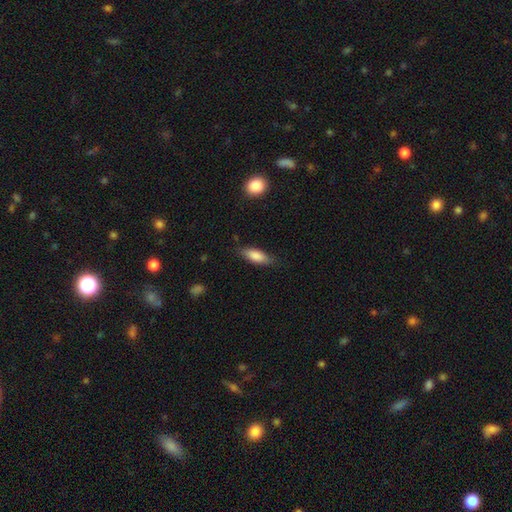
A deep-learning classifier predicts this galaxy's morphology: A smooth galaxy with no disk features (82%) that is in between round and cigar-shaped (65%).

Vote fractions:
- Smooth or featured? smooth: 82% / featured or disk: 11% / star or artifact: 6%
- How rounded? in between: 65% / cigar-shaped: 32% / round: 2%
- Merging? none: 80% / minor disturbance: 15% / major disturbance: 3% / merger: 1%